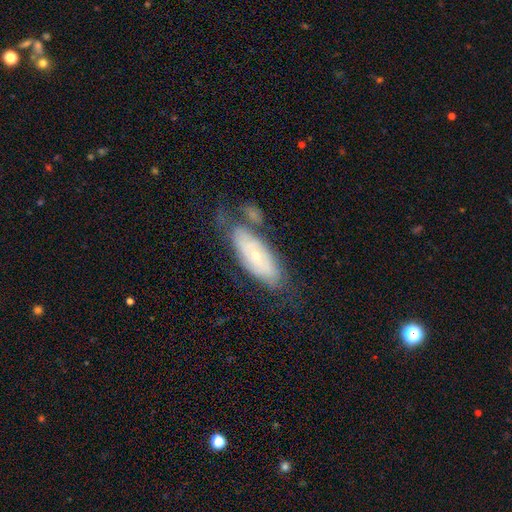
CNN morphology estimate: The model was most divided on "smooth or featured": featured or disk: 53%, smooth: 40%, star or artifact: 7%. More confident: edge-on disk — no (84%); merging — none (50%).